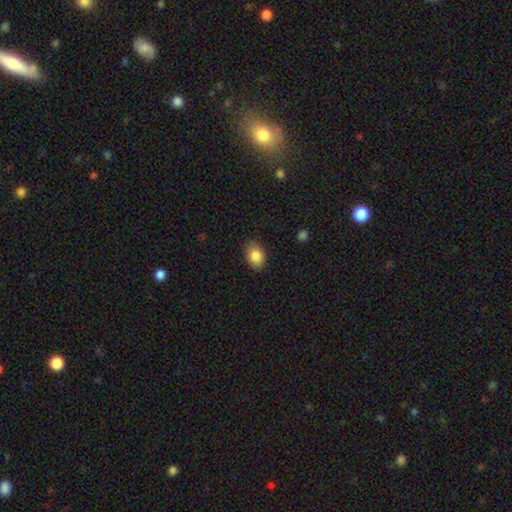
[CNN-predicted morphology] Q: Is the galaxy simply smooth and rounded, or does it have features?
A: smooth — 85%.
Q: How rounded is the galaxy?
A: in between — 72%.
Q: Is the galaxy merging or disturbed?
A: none — 83%.